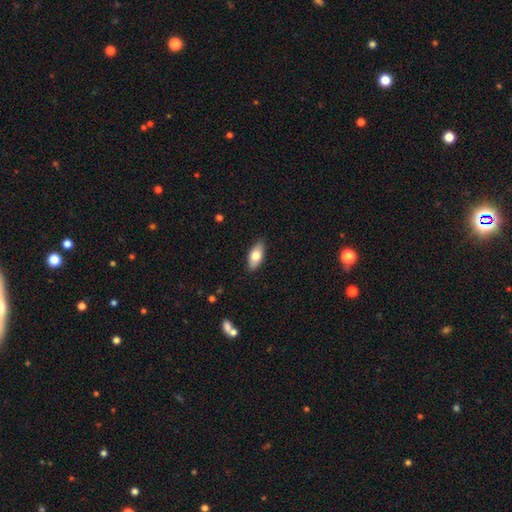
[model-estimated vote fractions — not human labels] A smooth galaxy with no disk features (74%) that is in between round and cigar-shaped (88%). Merging: none (86%).